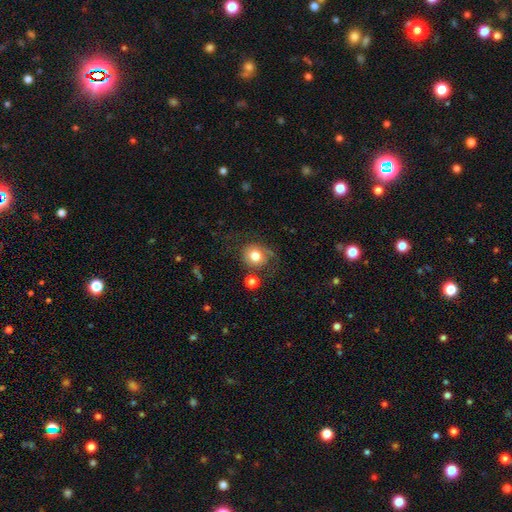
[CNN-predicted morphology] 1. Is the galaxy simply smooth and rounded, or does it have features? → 71% smooth, 19% featured or disk, 9% star or artifact.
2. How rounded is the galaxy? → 82% round, 17% in between, 1% cigar-shaped.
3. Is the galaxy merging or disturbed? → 53% none, 20% minor disturbance, 17% major disturbance, 10% merger.